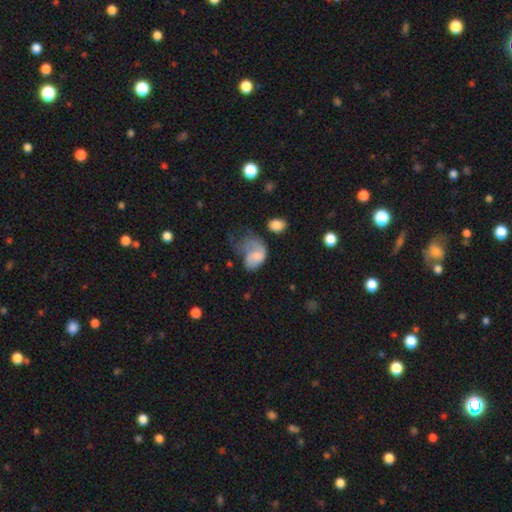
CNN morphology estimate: This is possibly a smooth galaxy (60%). How rounded: likely in between (80%). Merging: possibly major disturbance (55%).